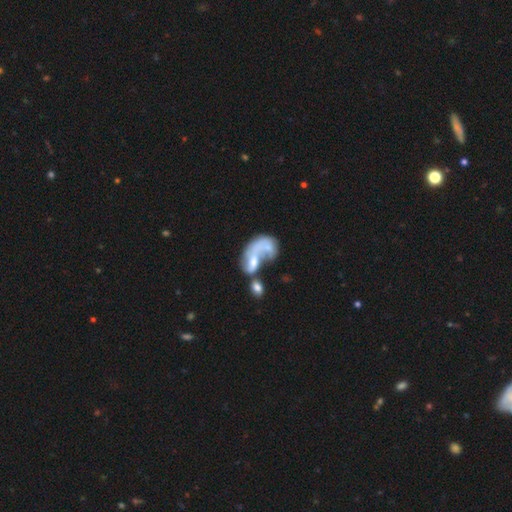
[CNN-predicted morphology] Overall: featured or disk (57%; smooth 32%). Edge-on disk: no (97%). Bar: no (77%). Spiral arms: no (58%; yes 42%). Bulge size: none (37%; small 30%). Merging: merger (54%; major disturbance 25%).